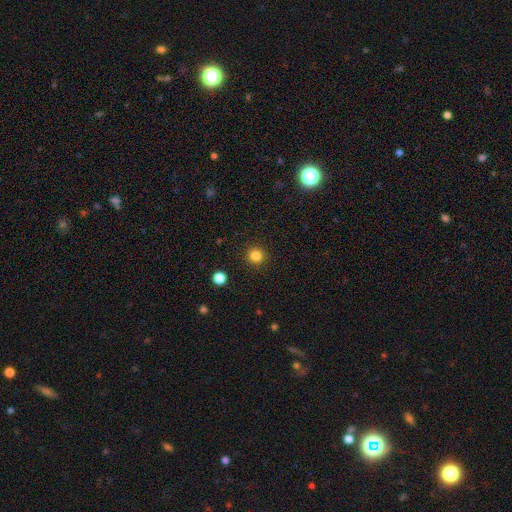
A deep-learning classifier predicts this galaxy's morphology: smooth-or-featured: smooth: 83% | star or artifact: 12% | featured or disk: 4%
  how-rounded: round: 94% | in between: 5% | cigar-shaped: 1%
  merging: none: 92% | minor disturbance: 5% | major disturbance: 2% | merger: 1%